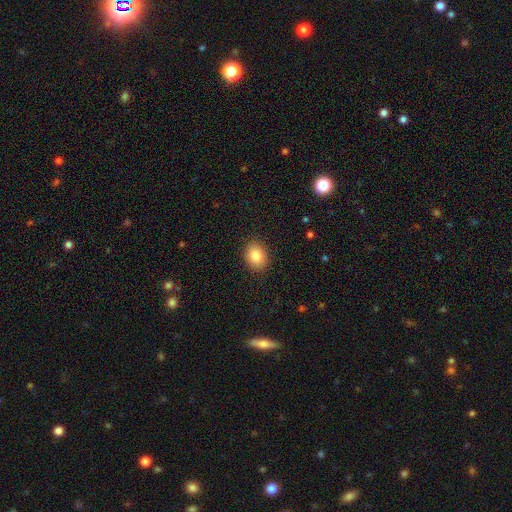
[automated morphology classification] The model was most divided on "how rounded": in between: 55%, round: 44%, cigar-shaped: 1%. More confident: merging — none (89%); smooth or featured — smooth (85%).